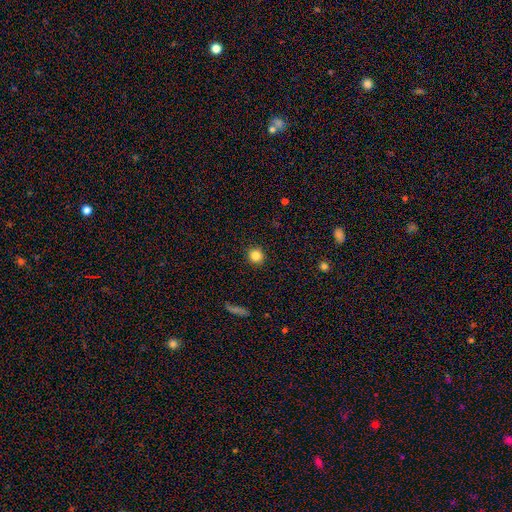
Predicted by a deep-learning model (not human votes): This appears to be a smooth galaxy with no disk features (84%) that is round (93%). Merging: none (92%).